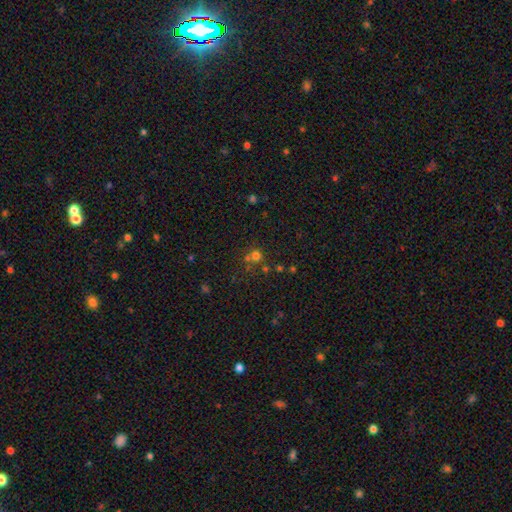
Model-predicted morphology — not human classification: Q: Smooth or featured?
A: smooth (65%); runner-up: star or artifact (25%)
Q: How rounded?
A: round (91%); runner-up: in between (8%)
Q: Merging?
A: none (63%); runner-up: merger (26%)